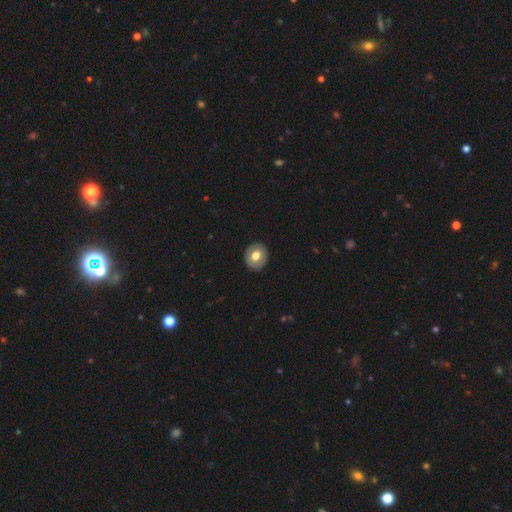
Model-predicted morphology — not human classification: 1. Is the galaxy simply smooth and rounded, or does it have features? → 61% smooth, 33% featured or disk, 7% star or artifact.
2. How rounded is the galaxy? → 72% round, 27% in between, 1% cigar-shaped.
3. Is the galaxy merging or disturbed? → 88% none, 8% minor disturbance, 2% major disturbance, 1% merger.